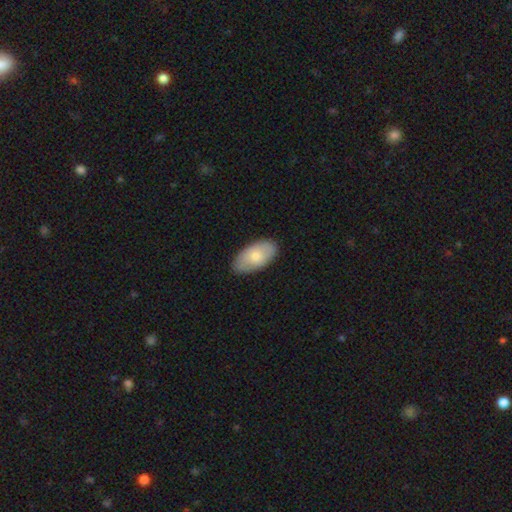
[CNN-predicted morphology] Overall: smooth (72%). How rounded: in between (94%). Merging: none (83%).